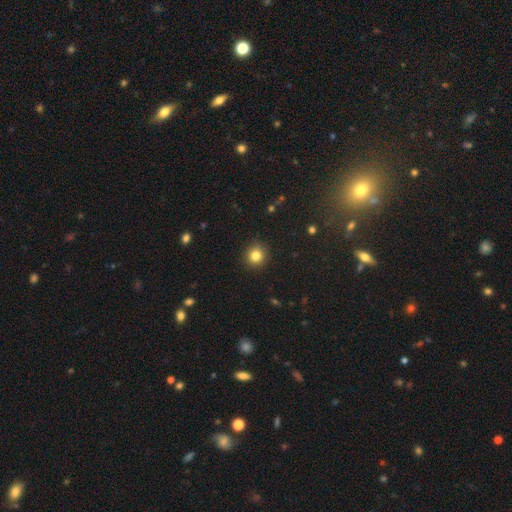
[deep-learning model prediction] A smooth galaxy with no disk features (83%) that is round (92%).

Vote fractions:
- Smooth or featured? smooth: 83% / star or artifact: 12% / featured or disk: 5%
- How rounded? round: 92% / in between: 7% / cigar-shaped: 1%
- Merging? none: 91% / minor disturbance: 6% / major disturbance: 2% / merger: 1%